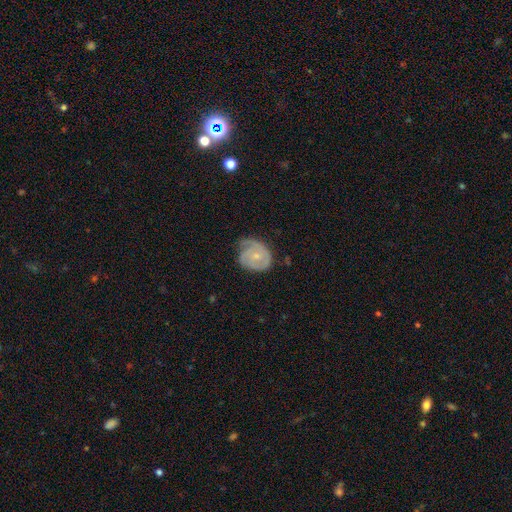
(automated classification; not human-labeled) smooth-or-featured: featured or disk: 72% | smooth: 22% | star or artifact: 6%
  disk-edge-on: no: 98% | yes: 2%
    bar: no: 74% | weak: 22% | strong: 4%
    has-spiral-arms: yes: 91% | no: 9%
      spiral-winding: tight: 60% | medium: 30% | loose: 10%
      spiral-arm-count: 2: 35% | can't tell: 22% | 1: 21% | 3: 16% | 4: 3% | more than 4: 3%
    bulge-size: small: 67% | moderate: 28% | none: 3% | large: 1% | dominant: 1%
  merging: none: 51% | minor disturbance: 33% | major disturbance: 15% | merger: 2%